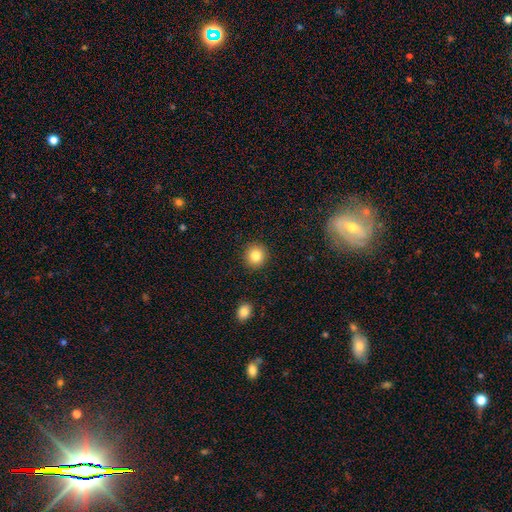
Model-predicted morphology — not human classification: A smooth galaxy with no disk features (84%) that is round (93%). Merging: none (91%).